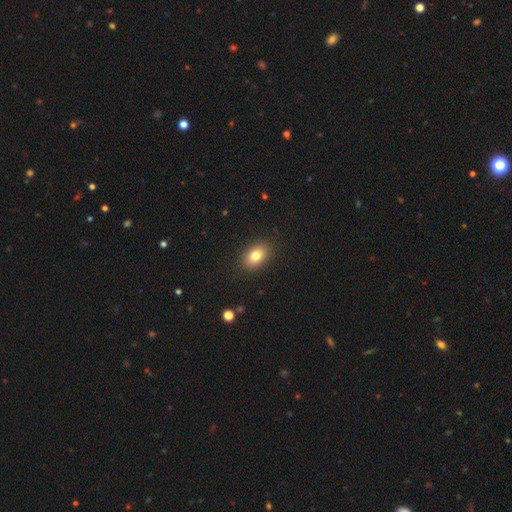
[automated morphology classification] This appears to be a smooth galaxy with no disk features (81%) that is in between round and cigar-shaped (80%). Merging: none (88%).